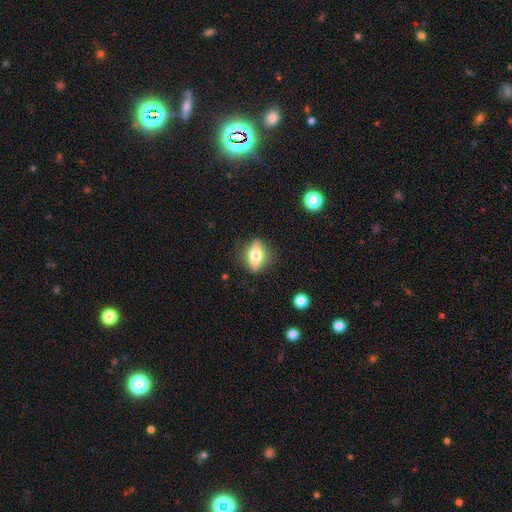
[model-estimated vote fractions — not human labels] Overall: featured or disk (48%; smooth 44%). Merging: none (81%).